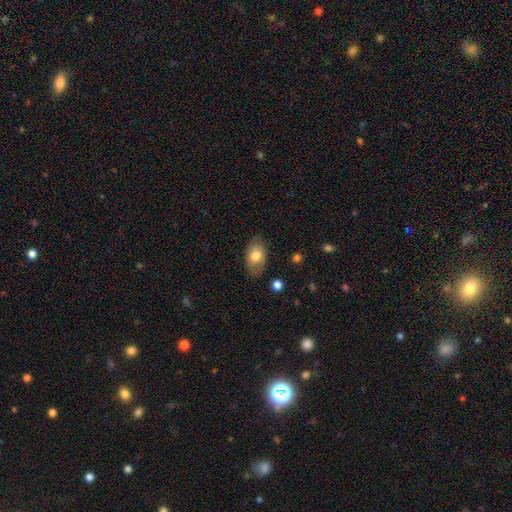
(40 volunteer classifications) A smooth galaxy with no disk features (85%) that is in between round and cigar-shaped (74%).

Vote fractions:
- Smooth or featured? smooth: 85% / featured or disk: 10% / star or artifact: 5%
- How rounded? in between: 74% / round: 24% / cigar-shaped: 3%
- Merging? none: 68% / minor disturbance: 18% / major disturbance: 11% / merger: 3%